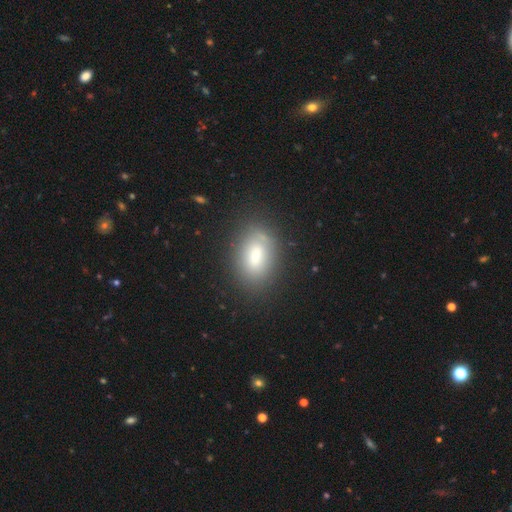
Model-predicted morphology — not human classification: Smooth or featured? smooth (72%)
How rounded? in between (87%)
Merging? none (74%)